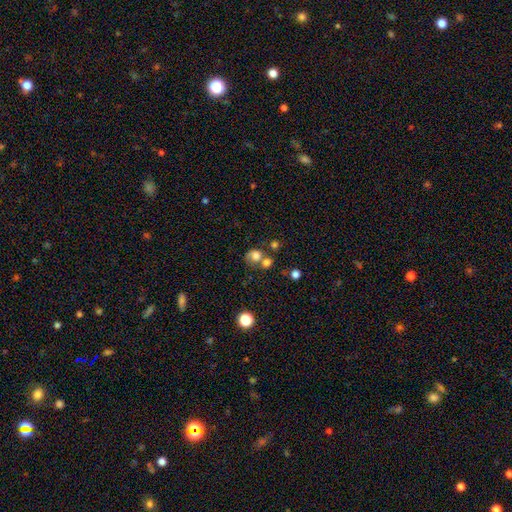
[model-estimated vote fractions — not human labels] Smooth or featured?
  - smooth: 72% *
  - featured or disk: 16%
  - star or artifact: 13%
How rounded?
  - round: 67% *
  - in between: 32%
  - cigar-shaped: 1%
Merging?
  - merger: 40% *
  - none: 36%
  - minor disturbance: 14%
  - major disturbance: 10%